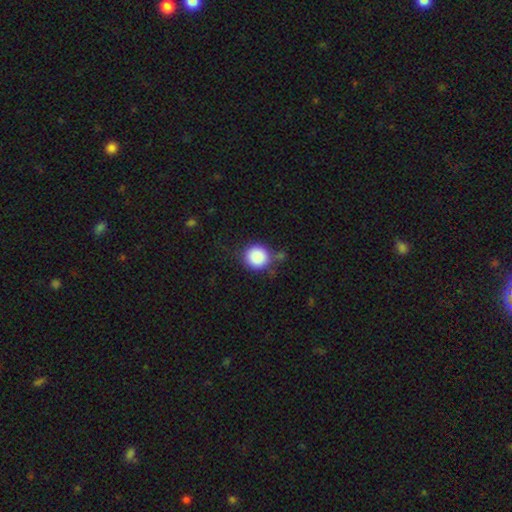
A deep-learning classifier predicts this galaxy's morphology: A smooth galaxy with no disk features (88%) that is round (94%). Merging: none (72%).